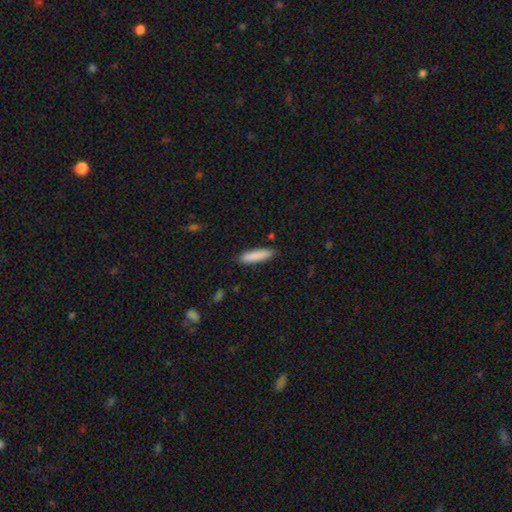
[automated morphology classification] smooth 87%, featured or disk 7%, star or artifact 6%. Down the decision tree: how rounded — cigar-shaped (78%); merging — none (88%).